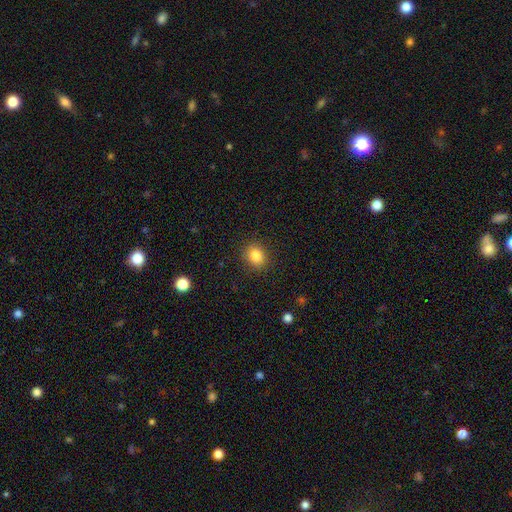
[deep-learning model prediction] smooth_or_featured: smooth (p=0.85) [alt: star or artifact p=0.10]
how_rounded: round (p=0.66) [alt: in between p=0.33]
merging: none (p=0.88) [alt: minor disturbance p=0.08]